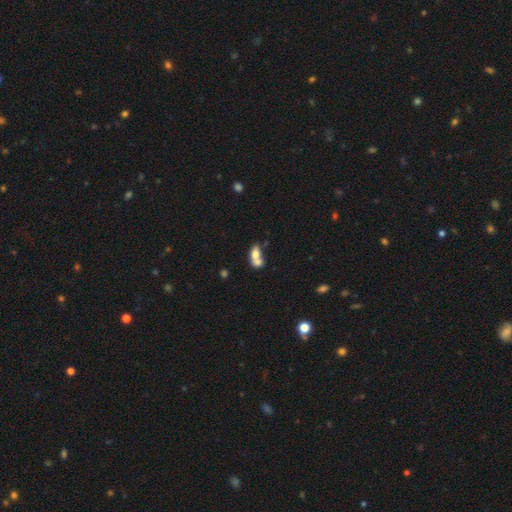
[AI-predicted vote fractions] This appears to be a smooth galaxy with no disk features (69%) that is in between round and cigar-shaped (76%). Merging: merger (69%).